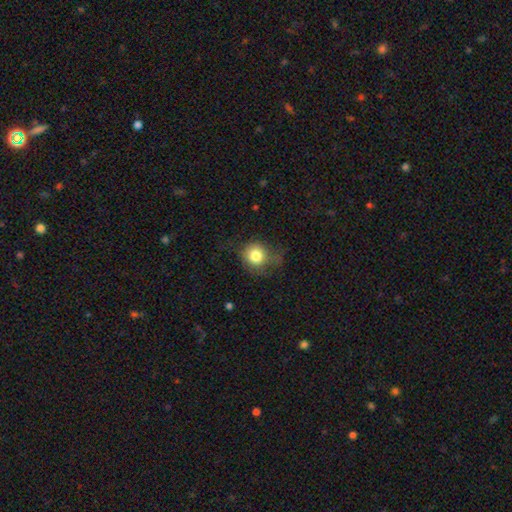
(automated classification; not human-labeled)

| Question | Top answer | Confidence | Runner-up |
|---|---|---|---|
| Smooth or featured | smooth | 80% | star or artifact (10%) |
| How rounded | round | 82% | in between (17%) |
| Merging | none | 54% | minor disturbance (28%) |